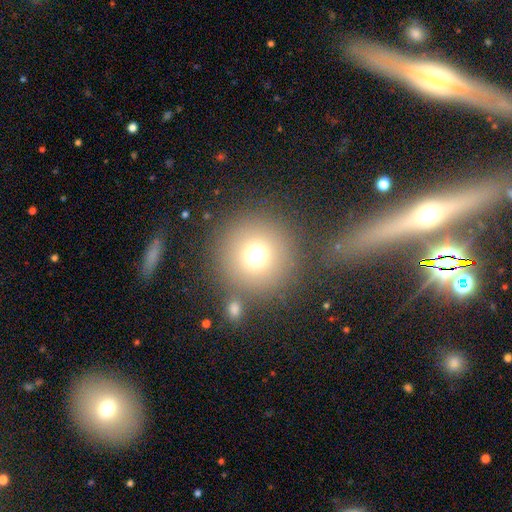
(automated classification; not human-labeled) smooth 71%, star or artifact 19%, featured or disk 10%. Down the decision tree: how rounded — round (95%); merging — none (73%).